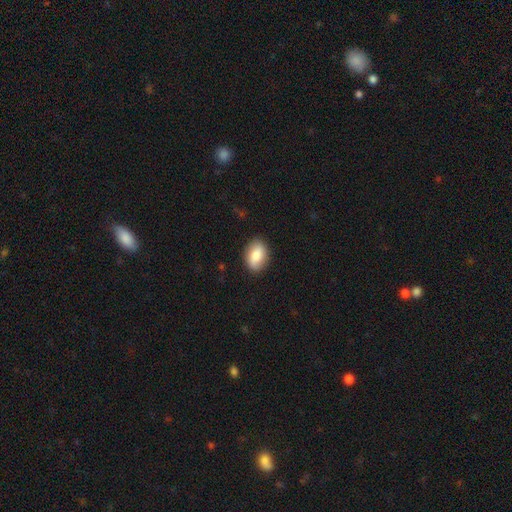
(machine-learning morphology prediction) Smooth or featured?
  - smooth: 80% *
  - featured or disk: 13%
  - star or artifact: 7%
How rounded?
  - in between: 83% *
  - round: 15%
  - cigar-shaped: 2%
Merging?
  - none: 87% *
  - minor disturbance: 10%
  - major disturbance: 2%
  - merger: 1%